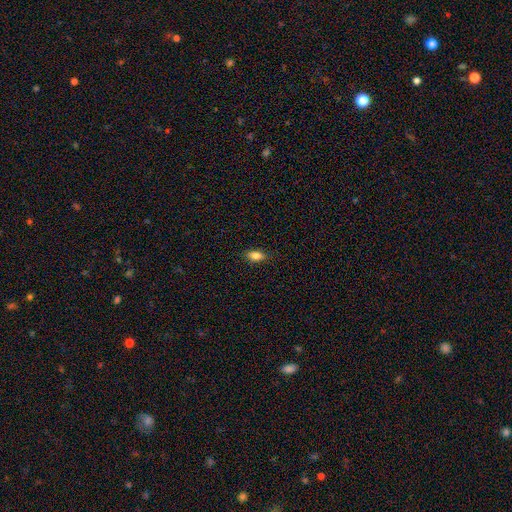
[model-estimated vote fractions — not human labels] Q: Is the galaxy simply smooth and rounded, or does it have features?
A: smooth — 82%.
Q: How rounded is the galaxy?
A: in between — 83%.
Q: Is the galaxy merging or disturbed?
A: none — 86%.